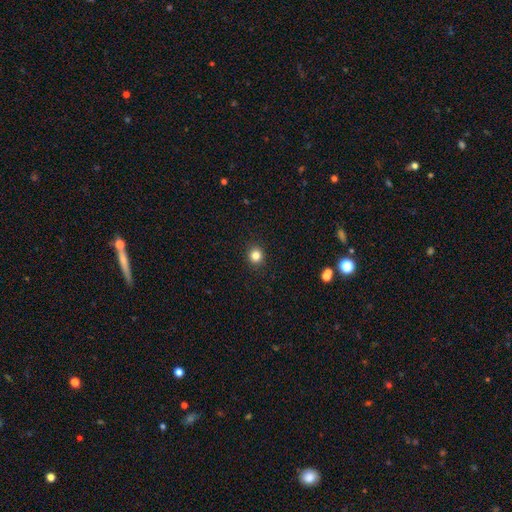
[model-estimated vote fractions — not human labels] smooth_or_featured: smooth (p=0.83) [alt: star or artifact p=0.12]
how_rounded: round (p=0.89) [alt: in between p=0.10]
merging: none (p=0.92) [alt: minor disturbance p=0.05]